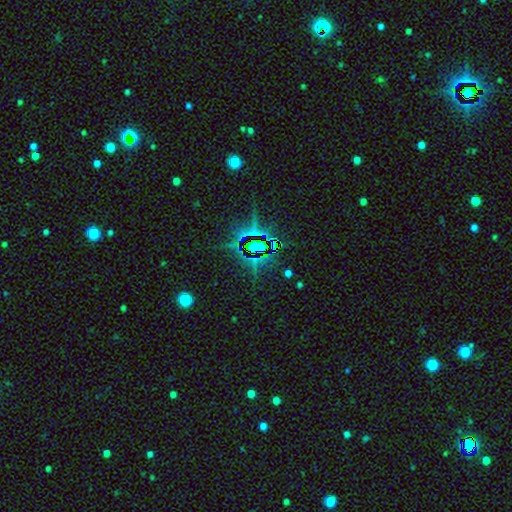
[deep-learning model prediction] Smooth or featured: star or artifact — 79% (featured or disk — 11%)